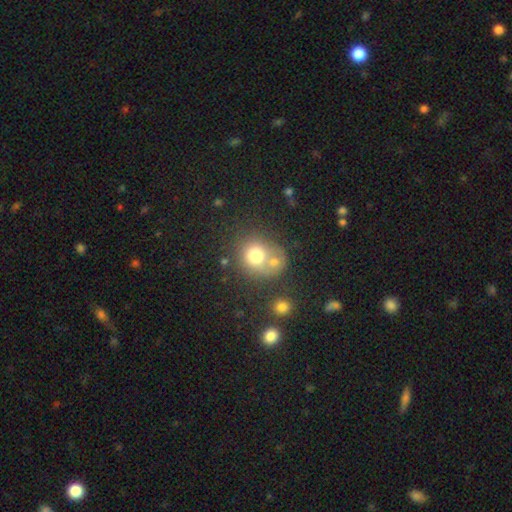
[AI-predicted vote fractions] smooth 73%, featured or disk 15%, star or artifact 12%. Down the decision tree: how rounded — round (78%); merging — merger (44%).